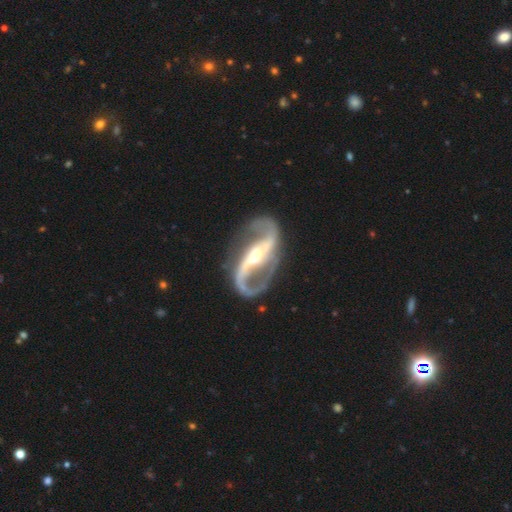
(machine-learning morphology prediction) This is clearly a featured or disk galaxy (93%). It is clearly not viewed edge-on (96%). Bar: likely strong (63%). Spiral arm pattern: clearly yes (97%). Spiral arm count: clearly 2 (94%). Spiral winding: possibly loose (46%). Central bulge: possibly moderate (59%). Merging: likely none (79%).